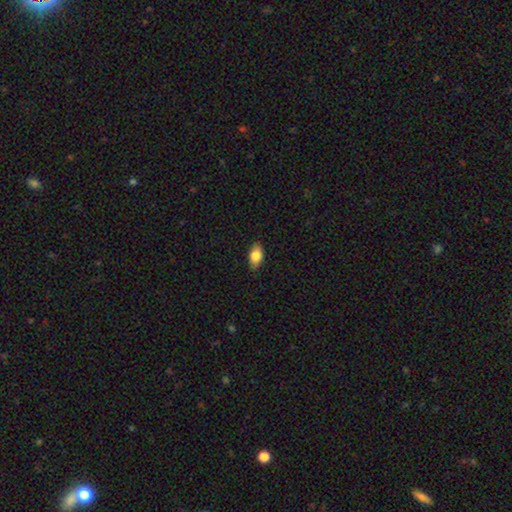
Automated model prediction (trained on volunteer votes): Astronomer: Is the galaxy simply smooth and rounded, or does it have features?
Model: smooth — 85%.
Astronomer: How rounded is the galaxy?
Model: in between — 91%.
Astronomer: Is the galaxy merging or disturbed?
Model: none — 86%.